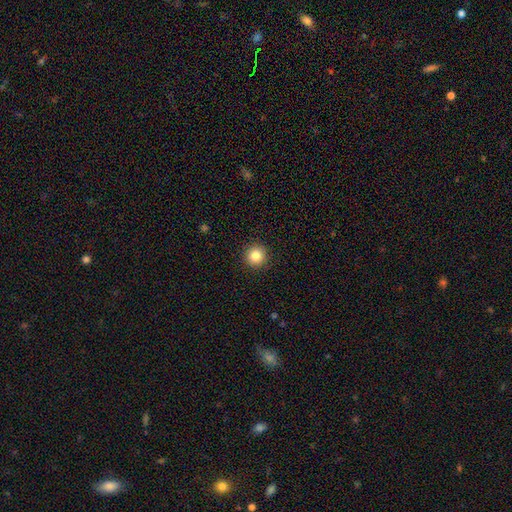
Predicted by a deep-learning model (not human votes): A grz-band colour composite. It shows a smooth galaxy with no disk features (85%) that is round (95%). Merging: none (92%).